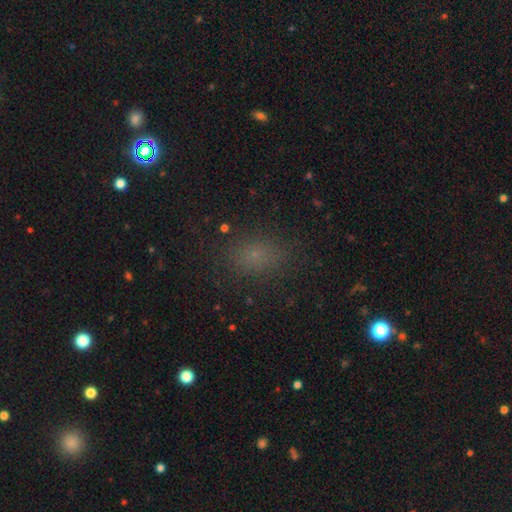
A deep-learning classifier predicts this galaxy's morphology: smooth-or-featured: smooth: 69% | star or artifact: 23% | featured or disk: 8%
  how-rounded: in between: 64% | round: 33% | cigar-shaped: 2%
  merging: none: 82% | minor disturbance: 11% | major disturbance: 5% | merger: 1%